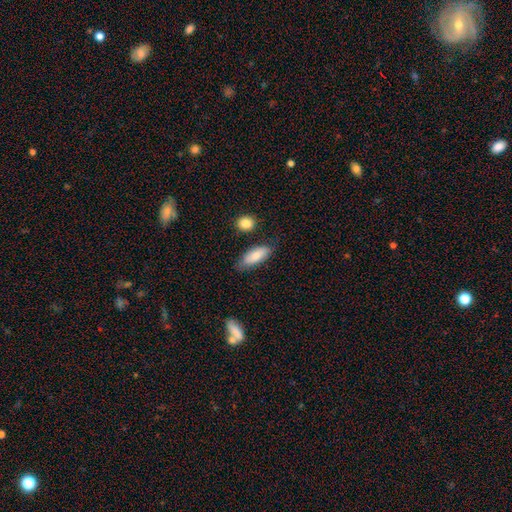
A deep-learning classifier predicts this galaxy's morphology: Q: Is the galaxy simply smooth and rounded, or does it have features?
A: smooth — 78%.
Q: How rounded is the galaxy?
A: in between — 77%.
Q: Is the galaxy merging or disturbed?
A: none — 73%.